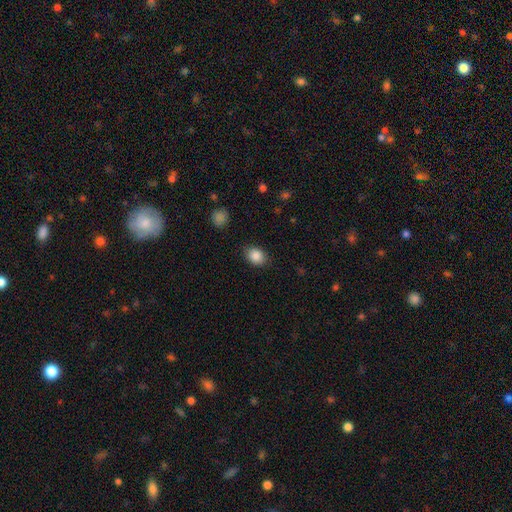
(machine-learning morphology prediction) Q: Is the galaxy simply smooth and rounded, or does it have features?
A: smooth — 87%.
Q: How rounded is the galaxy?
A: in between — 60%.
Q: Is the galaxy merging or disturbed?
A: none — 85%.